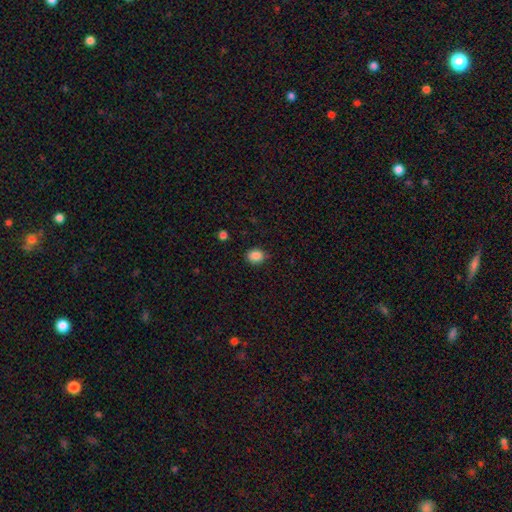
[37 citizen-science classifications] Smooth or featured: smooth — 89% (featured or disk — 5%)
How rounded: round — 70% (in between — 30%)
Merging: none — 89% (minor disturbance — 6%)